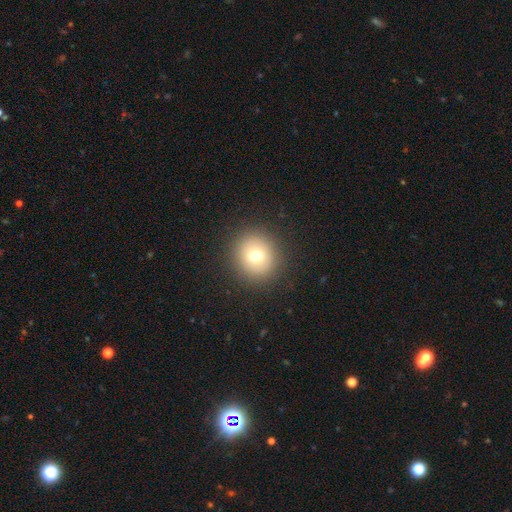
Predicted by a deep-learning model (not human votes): A smooth galaxy with no disk features (71%) that is round (90%). Merging: none (90%).